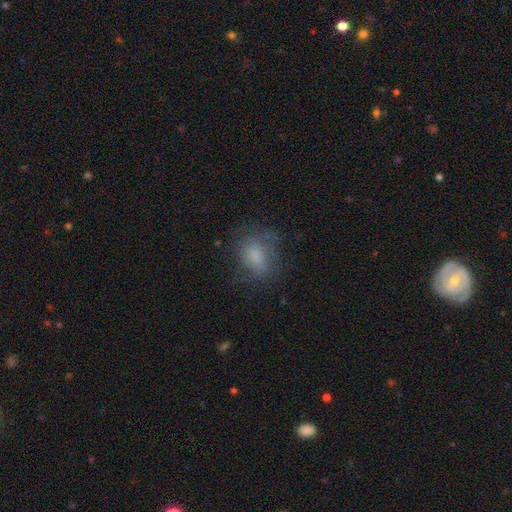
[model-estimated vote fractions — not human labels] Morphology: type=smooth (67%); roundness=in between (60%); merging=none (57%).